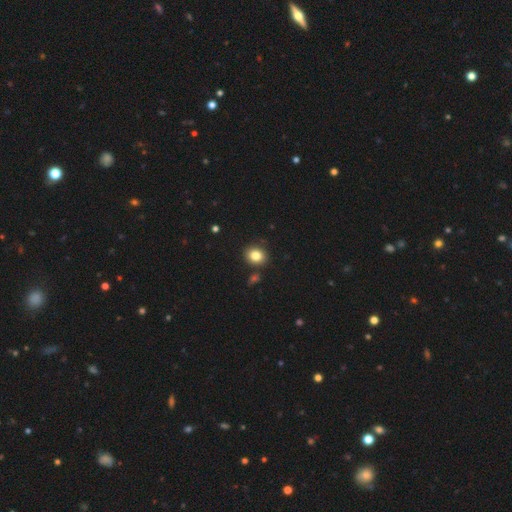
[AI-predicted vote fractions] The model was most divided on "how rounded": round: 65%, in between: 34%, cigar-shaped: 1%. More confident: merging — none (84%); smooth or featured — smooth (83%).